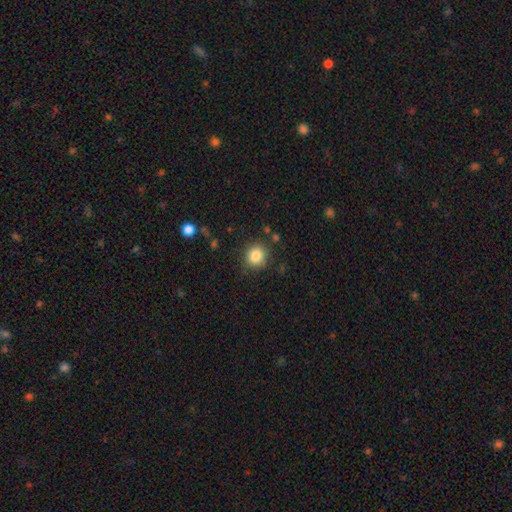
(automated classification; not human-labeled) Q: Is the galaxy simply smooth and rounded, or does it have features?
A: smooth — 85%.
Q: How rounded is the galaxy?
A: round — 87%.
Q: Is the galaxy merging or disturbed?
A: none — 85%.